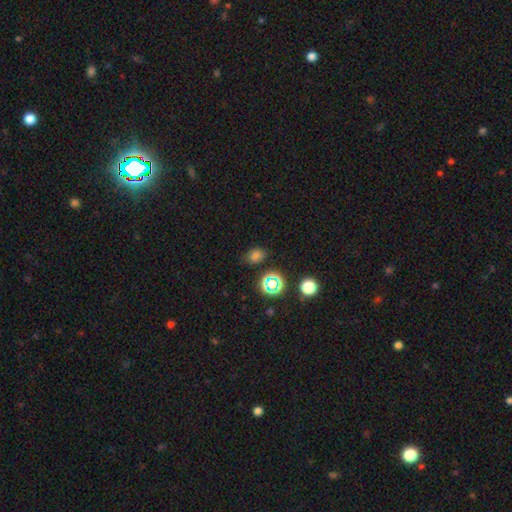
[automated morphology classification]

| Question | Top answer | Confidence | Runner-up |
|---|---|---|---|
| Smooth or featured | smooth | 68% | star or artifact (27%) |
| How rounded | in between | 57% | round (42%) |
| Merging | none | 78% | minor disturbance (15%) |